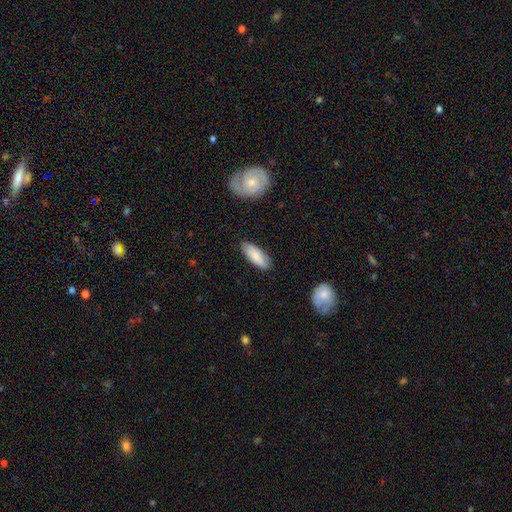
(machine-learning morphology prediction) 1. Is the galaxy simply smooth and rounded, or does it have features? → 84% smooth, 10% featured or disk, 6% star or artifact.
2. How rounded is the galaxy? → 72% in between, 26% cigar-shaped, 2% round.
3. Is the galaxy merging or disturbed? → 83% none, 13% minor disturbance, 2% major disturbance, 2% merger.